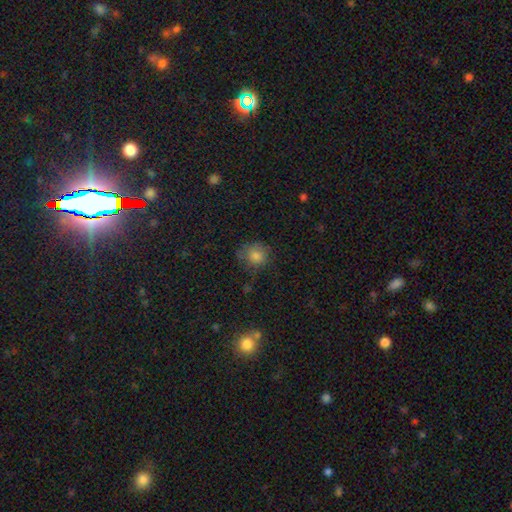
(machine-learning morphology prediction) smooth 79%, star or artifact 13%, featured or disk 8%. Down the decision tree: how rounded — round (78%); merging — none (69%).